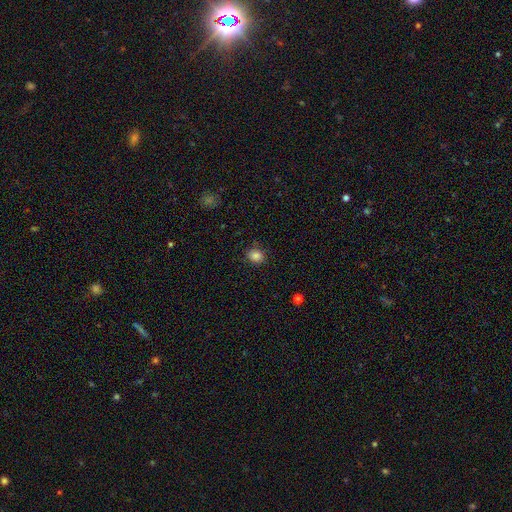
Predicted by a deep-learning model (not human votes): Smooth or featured: smooth — 85% (star or artifact — 11%)
How rounded: round — 61% (in between — 38%)
Merging: none — 83% (minor disturbance — 12%)